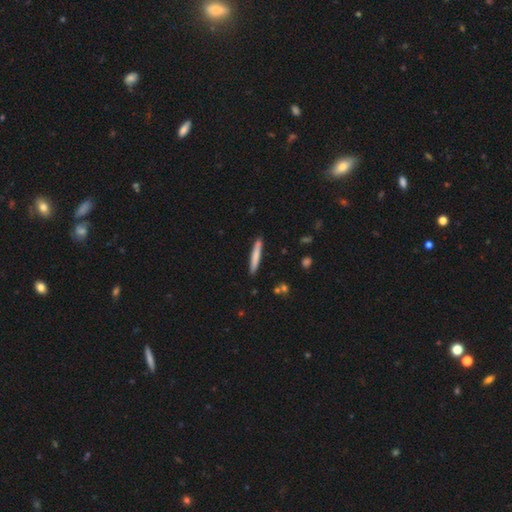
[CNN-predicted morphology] Smooth or featured? Predicted: smooth (p=0.74). How rounded? Predicted: cigar-shaped (p=0.95). Merging? Predicted: none (p=0.89).